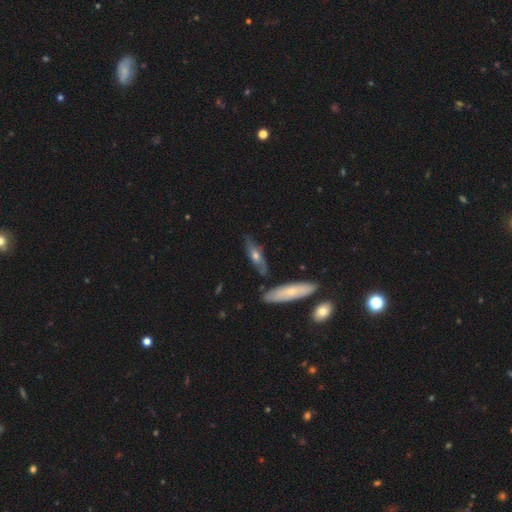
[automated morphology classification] smooth-or-featured: featured or disk: 53% | smooth: 40% | star or artifact: 7%
  disk-edge-on: yes: 58% | no: 42%
  merging: none: 70% | minor disturbance: 19% | merger: 6% | major disturbance: 5%